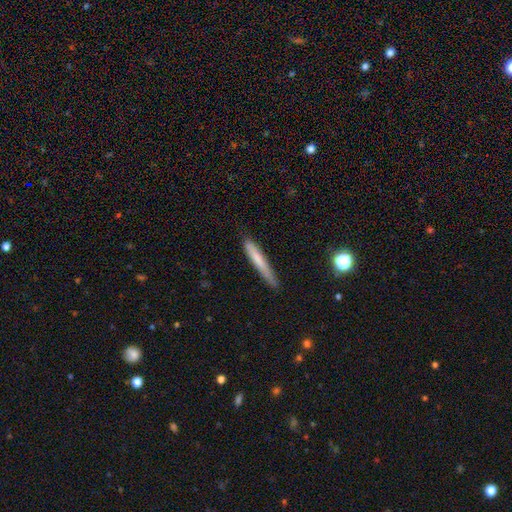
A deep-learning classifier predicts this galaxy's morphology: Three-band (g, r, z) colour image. It shows a smooth galaxy with no disk features (68%) that is cigar-shaped (96%). Merging: none (84%).